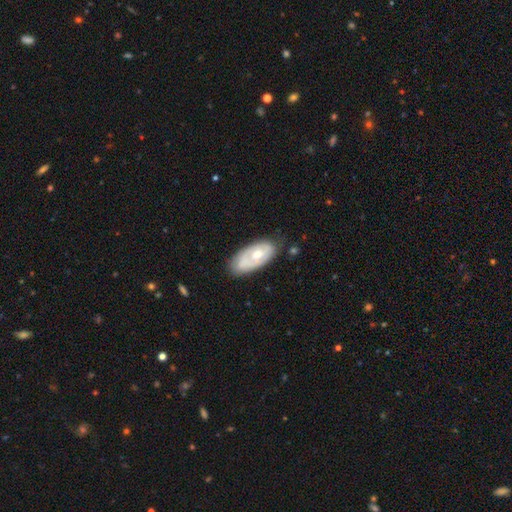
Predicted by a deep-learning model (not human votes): featured or disk 48%, smooth 46%, star or artifact 6%. Down the decision tree: merging — none (64%).